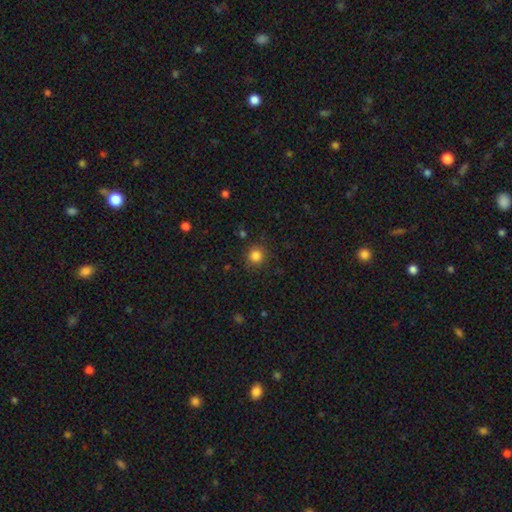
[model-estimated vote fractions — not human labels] A smooth galaxy with no disk features (84%) that is round (91%).

Vote fractions:
- Smooth or featured? smooth: 84% / star or artifact: 12% / featured or disk: 4%
- How rounded? round: 91% / in between: 8% / cigar-shaped: 1%
- Merging? none: 87% / minor disturbance: 9% / major disturbance: 3% / merger: 1%